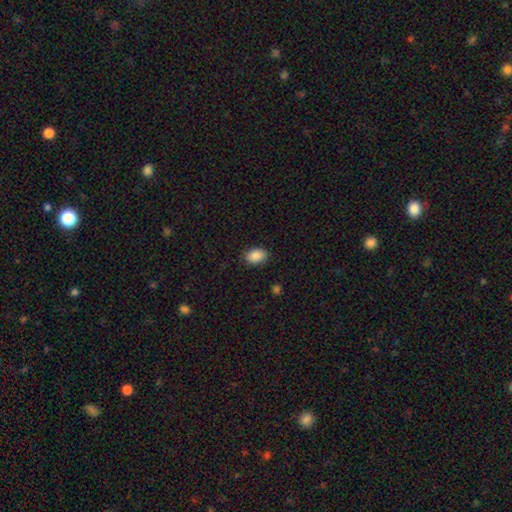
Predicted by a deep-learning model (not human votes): Overall: smooth (88%). How rounded: in between (75%). Merging: none (86%).